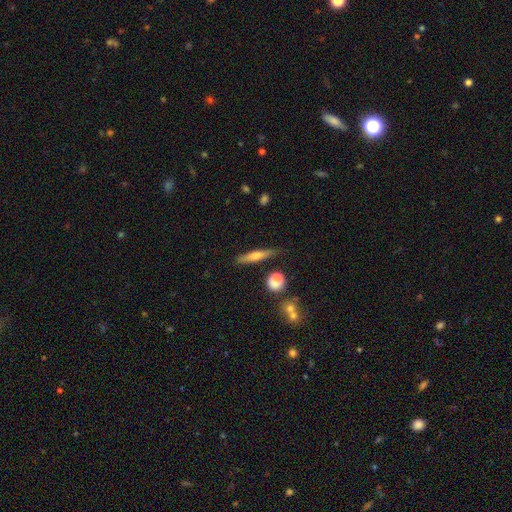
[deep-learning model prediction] This is likely a smooth galaxy (64%). How rounded: clearly cigar-shaped (85%). Merging: likely none (78%).